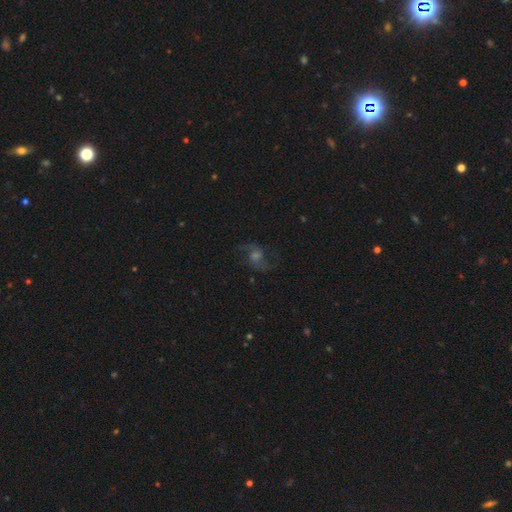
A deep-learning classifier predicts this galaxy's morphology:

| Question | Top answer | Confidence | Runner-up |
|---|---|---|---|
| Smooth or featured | featured or disk | 69% | star or artifact (17%) |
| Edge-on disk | no | 96% | yes (4%) |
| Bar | no | 58% | weak (34%) |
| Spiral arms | yes | 93% | no (7%) |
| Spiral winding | loose | 54% | medium (38%) |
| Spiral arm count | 2 | 89% | can't tell (4%) |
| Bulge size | moderate | 45% | small (28%) |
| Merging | none | 74% | minor disturbance (14%) |